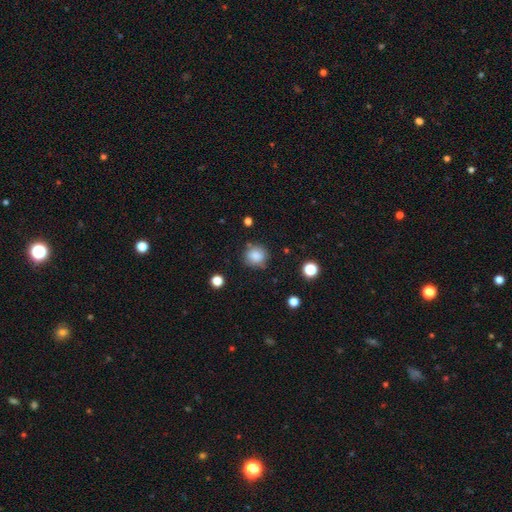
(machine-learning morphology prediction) Smooth or featured? smooth (83%)
How rounded? round (86%)
Merging? none (78%)